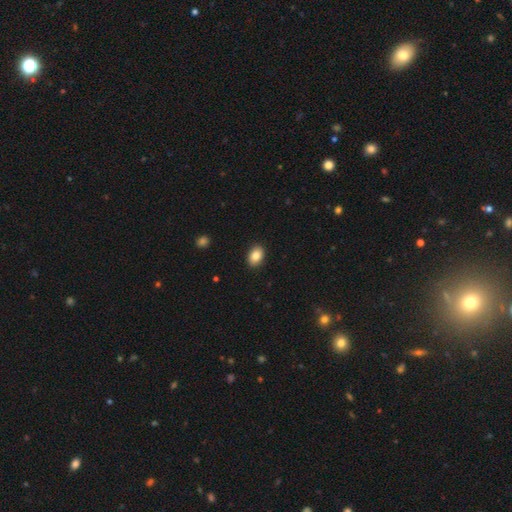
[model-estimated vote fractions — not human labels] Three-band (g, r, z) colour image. It shows a smooth galaxy with no disk features (86%) that is in between round and cigar-shaped (83%). Merging: none (90%).